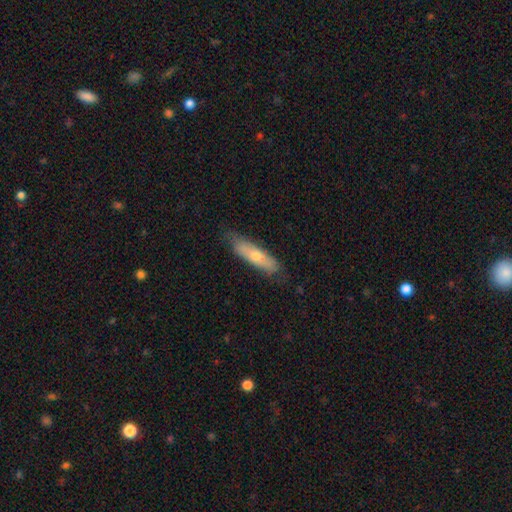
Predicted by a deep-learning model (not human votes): Q: Smooth or featured?
A: smooth (57%); runner-up: featured or disk (37%)
Q: How rounded?
A: cigar-shaped (68%); runner-up: in between (31%)
Q: Merging?
A: none (76%); runner-up: minor disturbance (19%)